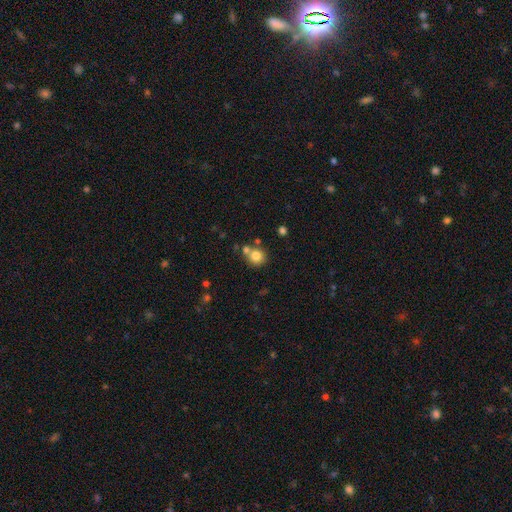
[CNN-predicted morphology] Smooth or featured? smooth (80%)
How rounded? round (89%)
Merging? none (64%)